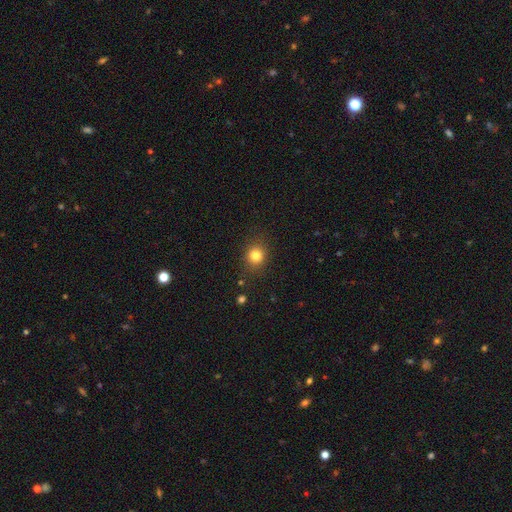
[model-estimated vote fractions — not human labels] Smooth or featured: smooth — 81% (star or artifact — 13%)
How rounded: round — 78% (in between — 21%)
Merging: none — 86% (minor disturbance — 9%)